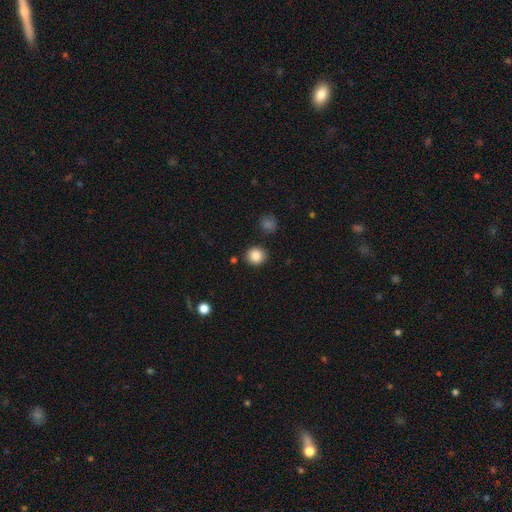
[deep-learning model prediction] A smooth galaxy with no disk features (86%) that is round (89%).

Vote fractions:
- Smooth or featured? smooth: 86% / star or artifact: 9% / featured or disk: 4%
- How rounded? round: 89% / in between: 10% / cigar-shaped: 1%
- Merging? none: 88% / minor disturbance: 7% / merger: 3% / major disturbance: 2%